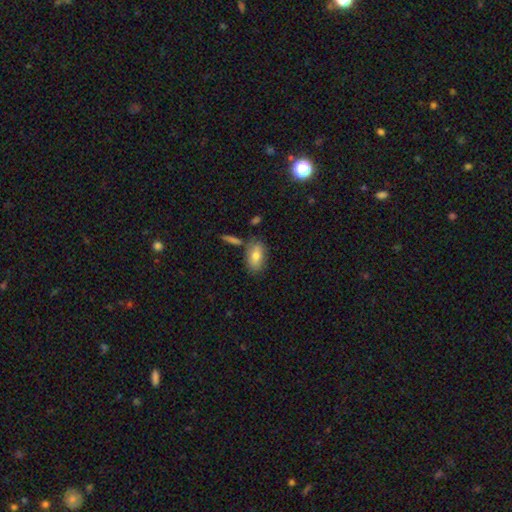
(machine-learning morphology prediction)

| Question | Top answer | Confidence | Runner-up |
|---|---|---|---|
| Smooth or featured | smooth | 78% | featured or disk (15%) |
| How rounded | in between | 90% | round (7%) |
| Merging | none | 72% | minor disturbance (14%) |